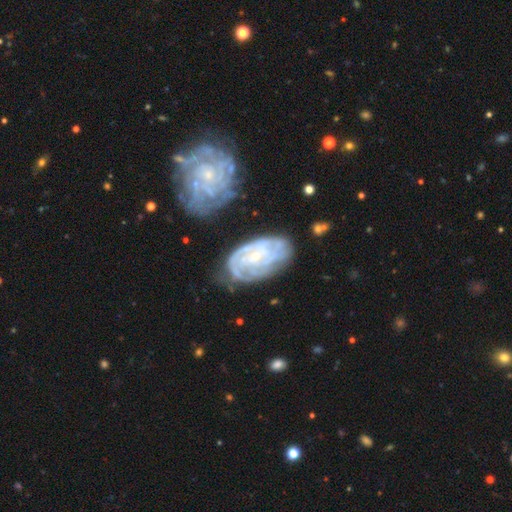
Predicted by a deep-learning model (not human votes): smooth-or-featured: featured or disk: 81% | smooth: 13% | star or artifact: 6%
  disk-edge-on: no: 95% | yes: 5%
    bar: no: 66% | weak: 27% | strong: 7%
    has-spiral-arms: yes: 89% | no: 11%
      spiral-winding: tight: 68% | medium: 25% | loose: 7%
      spiral-arm-count: can't tell: 45% | 3: 16% | 2: 14% | 4: 14% | more than 4: 7% | 1: 5%
    bulge-size: small: 77% | moderate: 17% | none: 3% | large: 1% | dominant: 1%
  merging: none: 62% | minor disturbance: 21% | major disturbance: 9% | merger: 8%